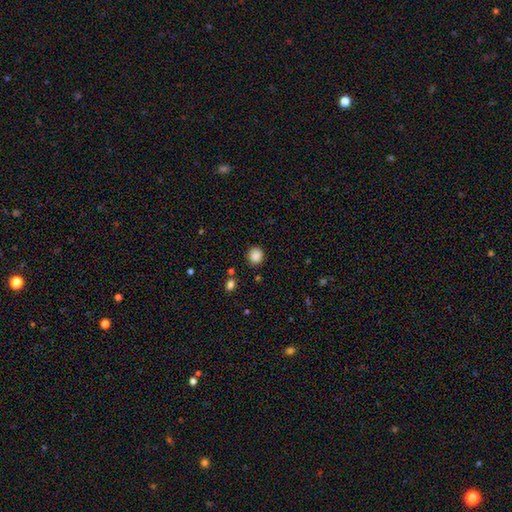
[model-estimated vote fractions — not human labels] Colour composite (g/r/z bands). It shows a smooth galaxy with no disk features (87%) that is round (82%). Merging: none (88%).